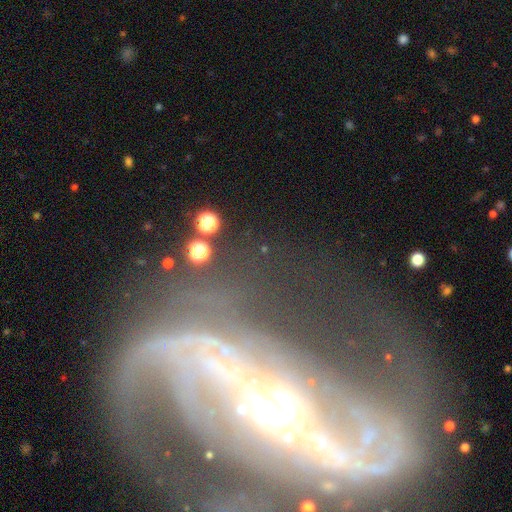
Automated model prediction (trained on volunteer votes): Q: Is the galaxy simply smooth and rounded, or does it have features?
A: featured or disk — 88%.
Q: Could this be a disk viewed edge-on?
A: no — 91%.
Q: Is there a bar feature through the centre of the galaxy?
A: strong — 67%.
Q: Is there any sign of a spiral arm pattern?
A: yes — 89%.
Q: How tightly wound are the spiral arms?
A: medium — 41%.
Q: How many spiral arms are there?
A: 2 — 74%.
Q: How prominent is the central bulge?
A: moderate — 55%.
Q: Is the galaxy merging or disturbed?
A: none — 53%.